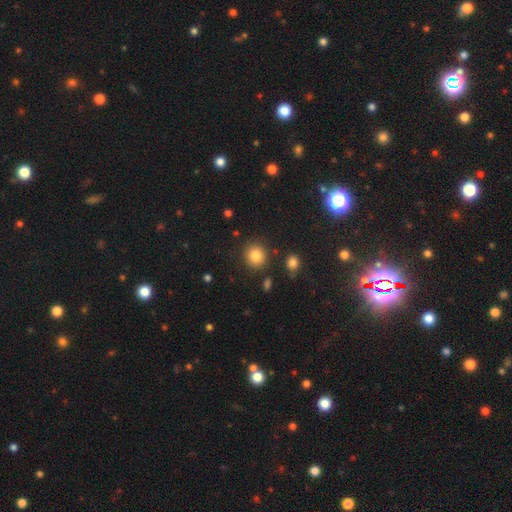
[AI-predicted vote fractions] Smooth or featured? smooth (84%)
How rounded? round (85%)
Merging? none (86%)